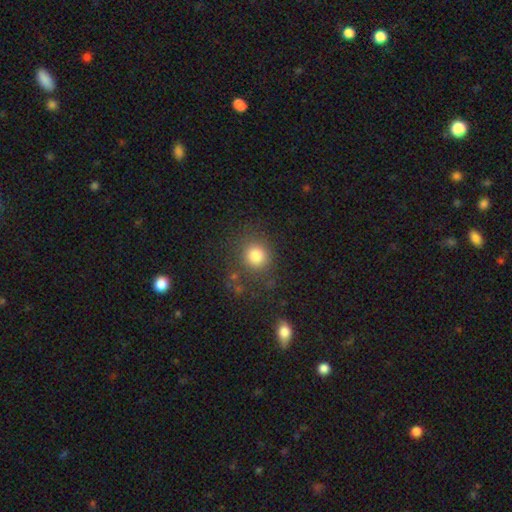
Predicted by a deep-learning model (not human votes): smooth_or_featured: smooth (p=0.82) [alt: star or artifact p=0.12]
how_rounded: round (p=0.84) [alt: in between p=0.15]
merging: none (p=0.80) [alt: minor disturbance p=0.11]